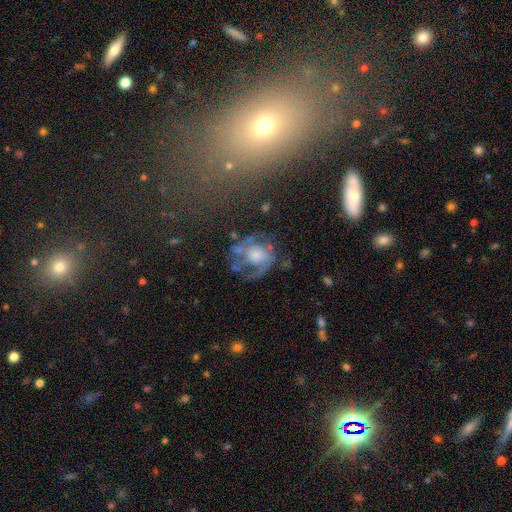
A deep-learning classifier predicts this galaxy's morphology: A featured or disk galaxy (65%) with no bar (78%), spiral arms (75%) and a moderate central bulge (40%).

Vote fractions:
- Smooth or featured? featured or disk: 65% / smooth: 24% / star or artifact: 11%
- Edge-on disk? no: 97% / yes: 3%
- Bar? no: 78% / weak: 18% / strong: 4%
- Spiral arms? yes: 75% / no: 25%
- Bulge size? moderate: 40% / large: 24% / small: 23% / none: 10% / dominant: 3%
- Merging? none: 43% / major disturbance: 31% / minor disturbance: 20% / merger: 5%